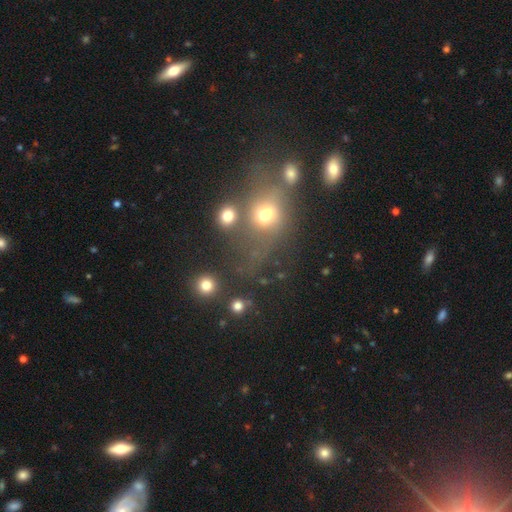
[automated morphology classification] This appears to be a smooth galaxy with no disk features (49%). Merging: none (57%).